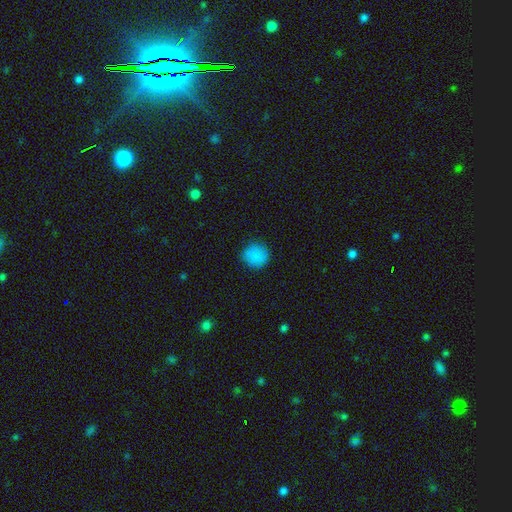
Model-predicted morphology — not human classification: A smooth galaxy with no disk features (87%) that is round (92%).

Vote fractions:
- Smooth or featured? smooth: 87% / star or artifact: 9% / featured or disk: 4%
- How rounded? round: 92% / in between: 7% / cigar-shaped: 1%
- Merging? none: 88% / minor disturbance: 9% / major disturbance: 2% / merger: 1%